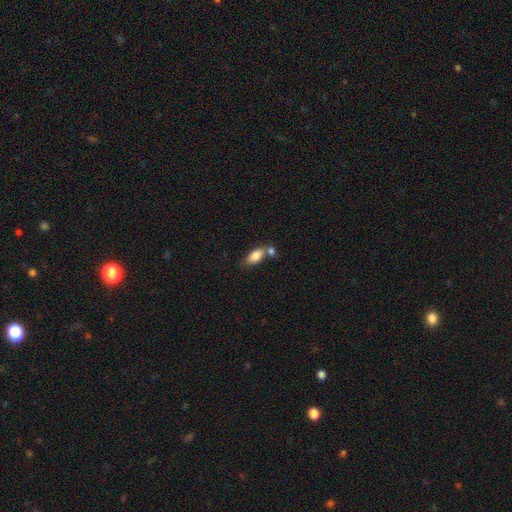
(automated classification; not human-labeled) The model was most divided on "merging": none: 44%, merger: 37%, minor disturbance: 14%, major disturbance: 5%. More confident: how rounded — in between (85%); smooth or featured — smooth (81%).